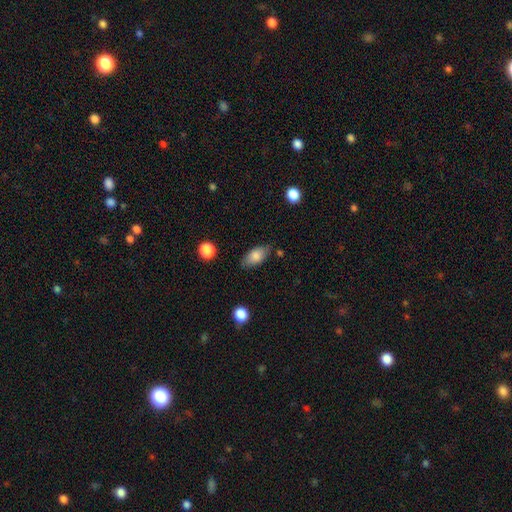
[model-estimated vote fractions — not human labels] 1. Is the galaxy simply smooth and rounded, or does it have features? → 81% smooth, 12% featured or disk, 7% star or artifact.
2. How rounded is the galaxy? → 89% in between, 7% cigar-shaped, 4% round.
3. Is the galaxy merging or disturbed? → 76% none, 17% minor disturbance, 4% major disturbance, 3% merger.